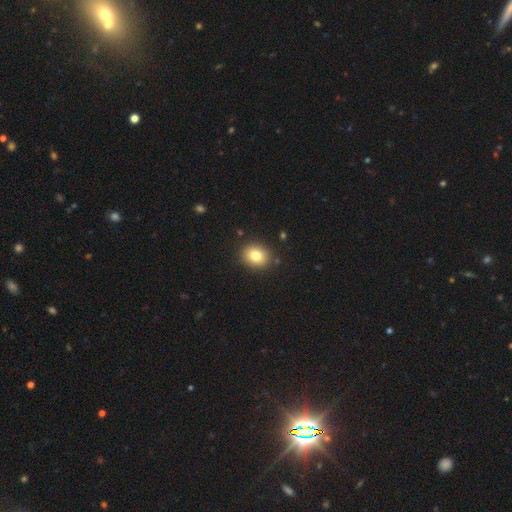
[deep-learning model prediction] A smooth galaxy with no disk features (81%) that is round (55%).

Vote fractions:
- Smooth or featured? smooth: 81% / star or artifact: 10% / featured or disk: 9%
- How rounded? round: 55% / in between: 44% / cigar-shaped: 1%
- Merging? none: 88% / minor disturbance: 8% / major disturbance: 2% / merger: 2%